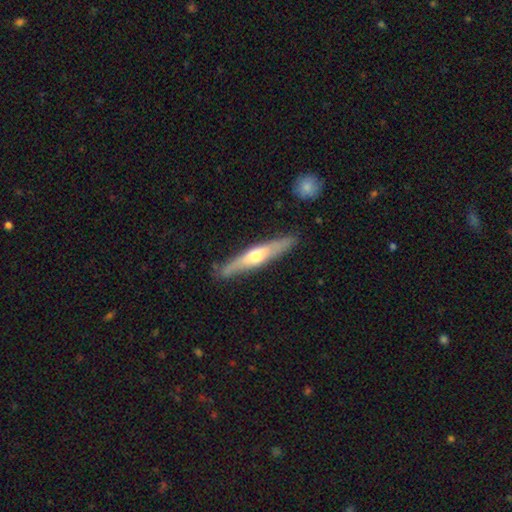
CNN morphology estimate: Smooth or featured? featured or disk (57%)
Edge-on disk? yes (91%)
Edge-on bulge? rounded (87%)
Merging? none (87%)